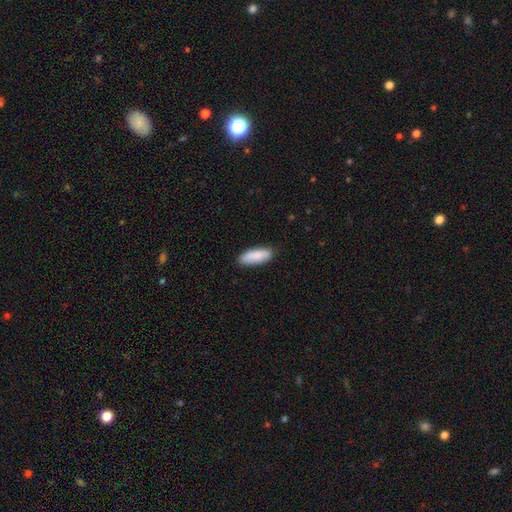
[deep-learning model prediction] Overall: smooth (87%). How rounded: in between (66%; cigar-shaped 32%). Merging: none (86%).